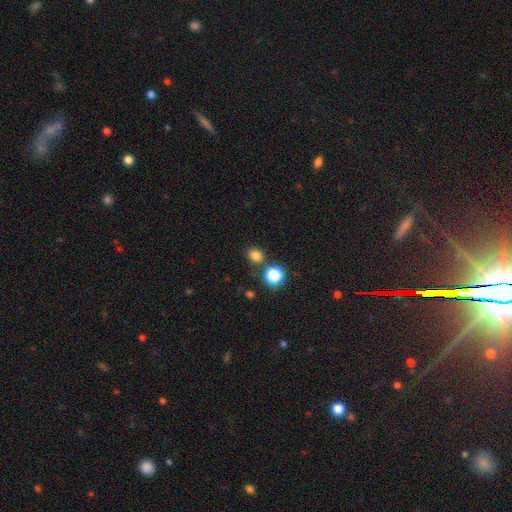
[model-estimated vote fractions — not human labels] smooth_or_featured: smooth (p=0.79) [alt: star or artifact p=0.16]
how_rounded: round (p=0.72) [alt: in between p=0.27]
merging: none (p=0.76) [alt: merger p=0.12]